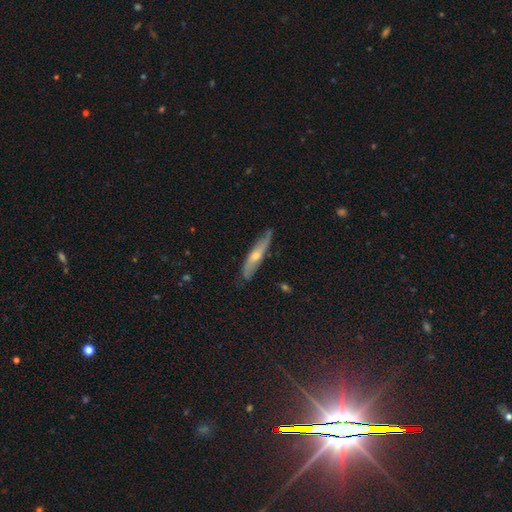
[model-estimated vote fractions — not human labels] Overall: featured or disk (53%; smooth 40%). Edge-on disk: yes (72%). Merging: none (78%).